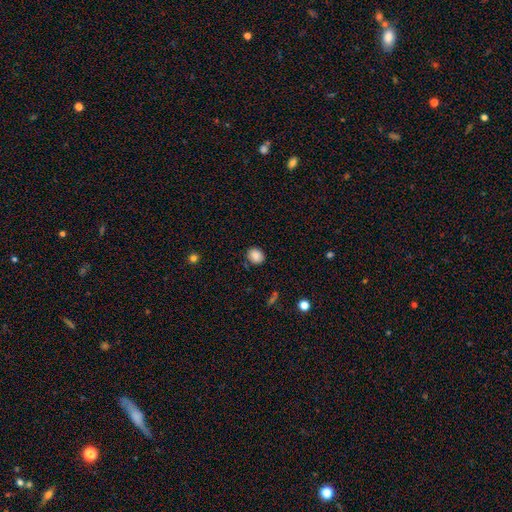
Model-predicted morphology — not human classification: A smooth galaxy with no disk features (85%) that is round (66%). Merging: none (83%).